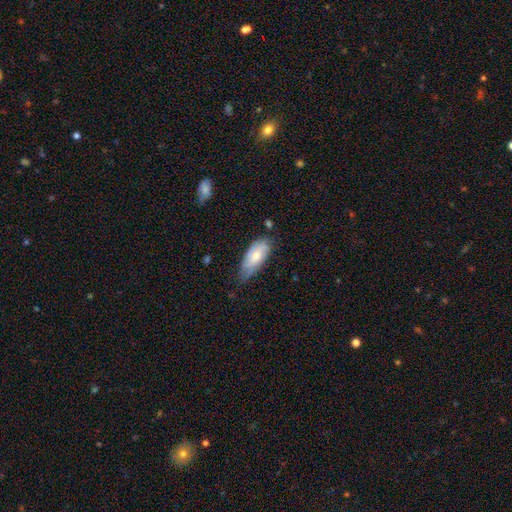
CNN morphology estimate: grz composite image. It shows a smooth galaxy with no disk features (66%) that is in between round and cigar-shaped (85%). Merging: none (53%).